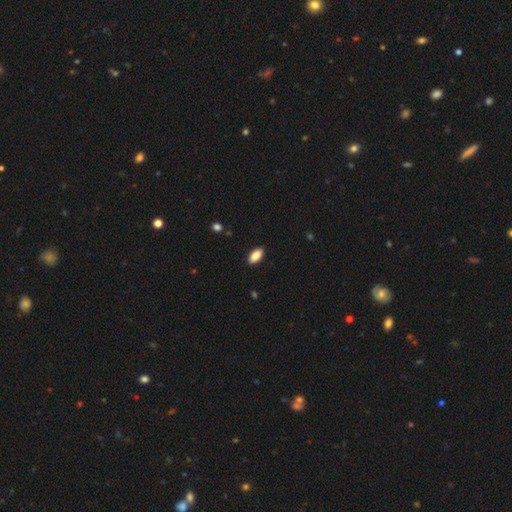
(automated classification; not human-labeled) This is clearly a smooth galaxy (88%). How rounded: clearly in between (92%). Merging: clearly none (89%).